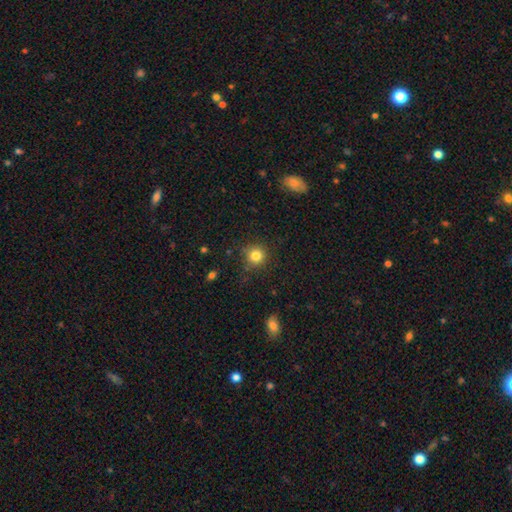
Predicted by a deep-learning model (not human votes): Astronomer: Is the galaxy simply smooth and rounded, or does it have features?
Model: smooth — 83%.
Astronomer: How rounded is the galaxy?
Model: round — 92%.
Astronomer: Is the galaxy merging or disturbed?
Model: none — 85%.